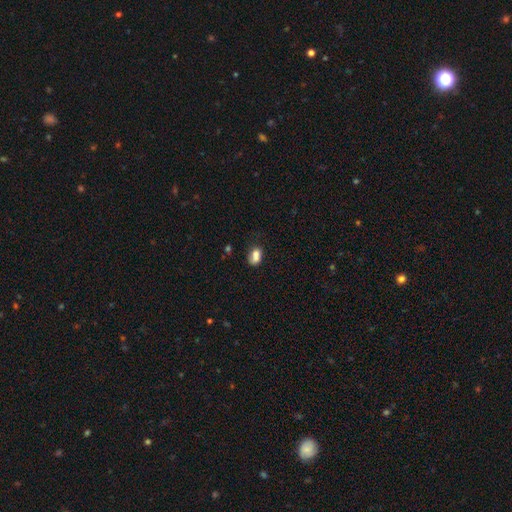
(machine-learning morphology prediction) Overall: smooth (76%). How rounded: in between (75%). Merging: none (39%; merger 30%).